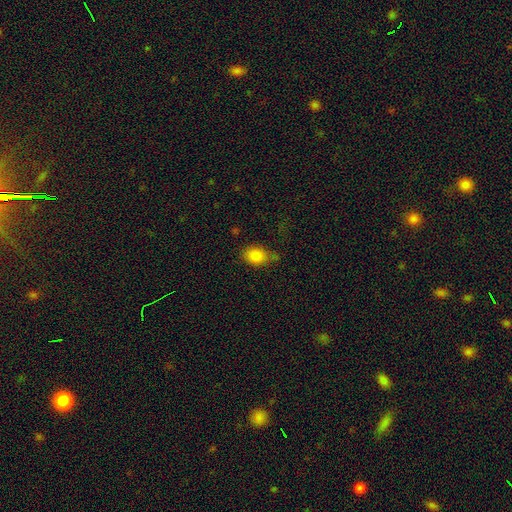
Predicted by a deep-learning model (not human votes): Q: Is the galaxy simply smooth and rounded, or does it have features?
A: smooth — 83%.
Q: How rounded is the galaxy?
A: in between — 63%.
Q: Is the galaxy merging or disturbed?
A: none — 57%.